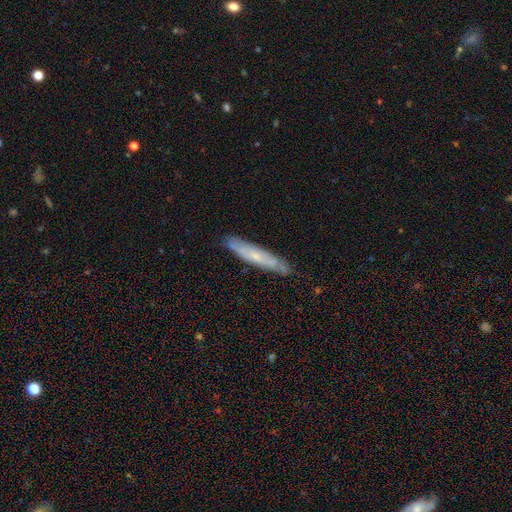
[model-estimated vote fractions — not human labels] Smooth or featured?
  - featured or disk: 53% *
  - smooth: 41%
  - star or artifact: 6%
Edge-on disk?
  - yes: 65% *
  - no: 35%
Merging?
  - none: 82% *
  - minor disturbance: 14%
  - major disturbance: 2%
  - merger: 2%